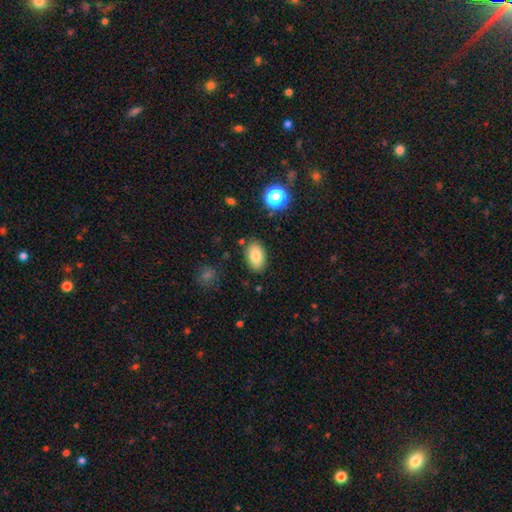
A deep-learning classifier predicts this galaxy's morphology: This appears to be a smooth galaxy with no disk features (82%) that is in between round and cigar-shaped (91%). Merging: none (84%).